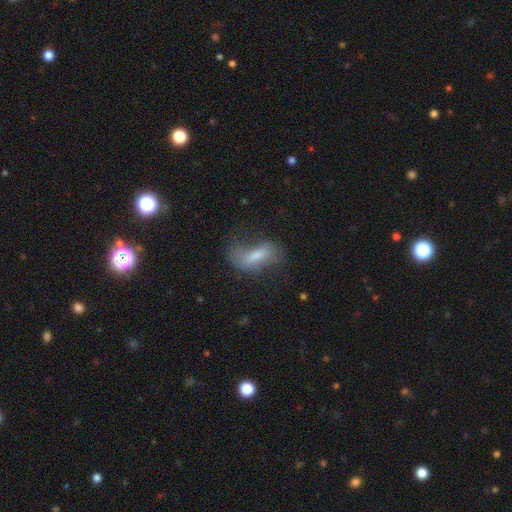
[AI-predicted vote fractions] Smooth or featured?
  - featured or disk: 46% *
  - smooth: 42%
  - star or artifact: 12%
Merging?
  - none: 48% *
  - minor disturbance: 26%
  - major disturbance: 22%
  - merger: 3%